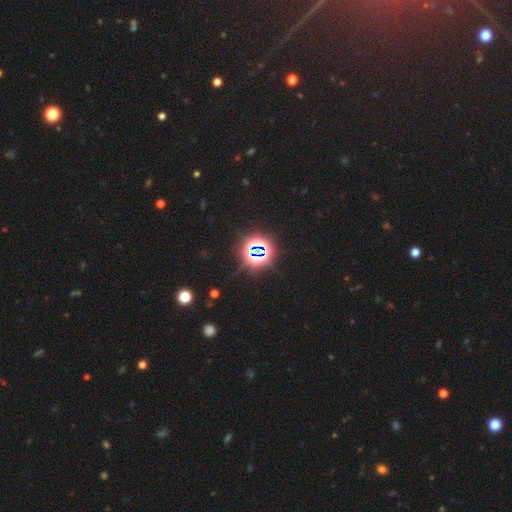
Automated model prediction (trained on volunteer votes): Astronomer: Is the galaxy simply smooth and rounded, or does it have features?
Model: star or artifact — 80%.